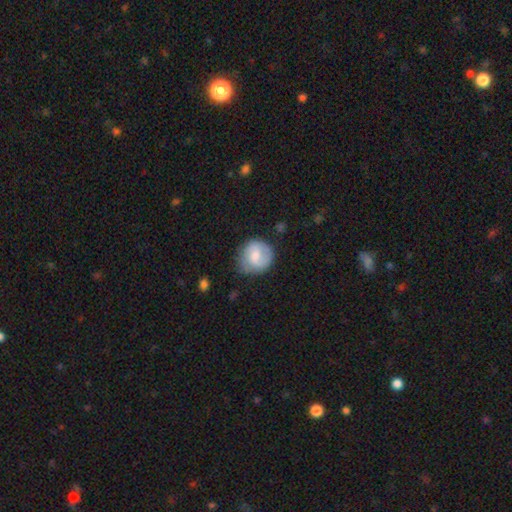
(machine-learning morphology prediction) This is possibly a smooth galaxy (50%). Merging: likely none (71%).